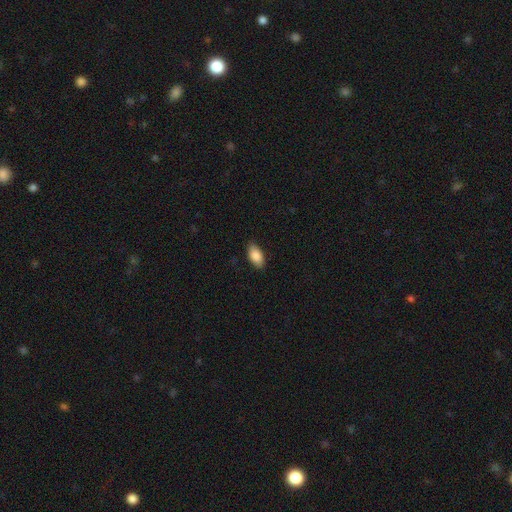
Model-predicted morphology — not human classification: Overall: smooth (88%). How rounded: in between (93%). Merging: none (85%).